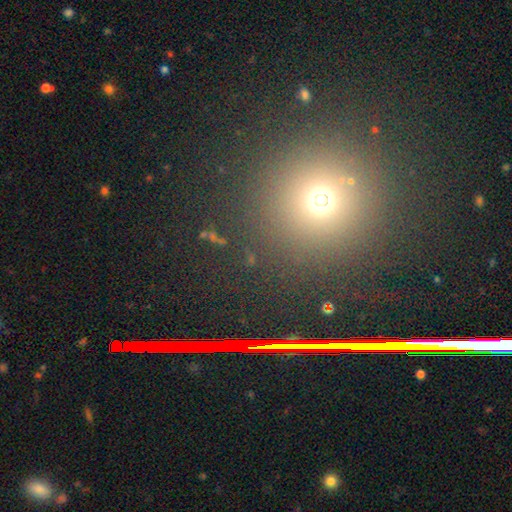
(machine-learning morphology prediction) Smooth or featured? smooth (50%)
How rounded? round (91%)
Merging? none (88%)